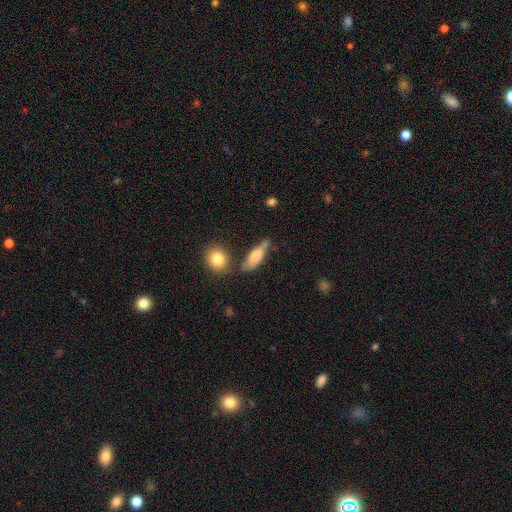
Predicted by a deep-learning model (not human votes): Smooth or featured: smooth — 69% (featured or disk — 24%)
How rounded: in between — 59% (cigar-shaped — 37%)
Merging: none — 54% (minor disturbance — 26%)